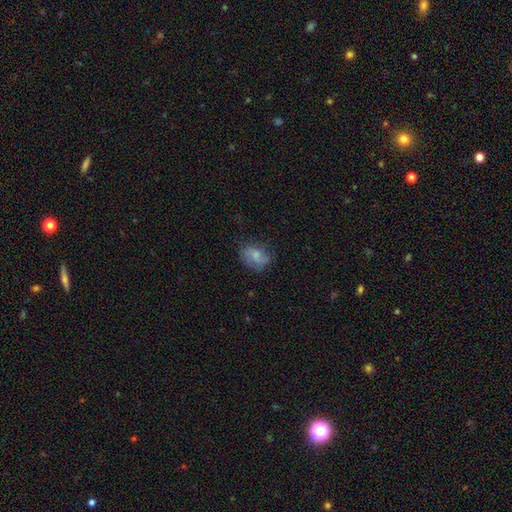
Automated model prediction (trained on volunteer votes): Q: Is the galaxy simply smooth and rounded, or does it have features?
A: smooth — 70%.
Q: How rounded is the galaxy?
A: in between — 62%.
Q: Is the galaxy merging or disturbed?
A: none — 59%.